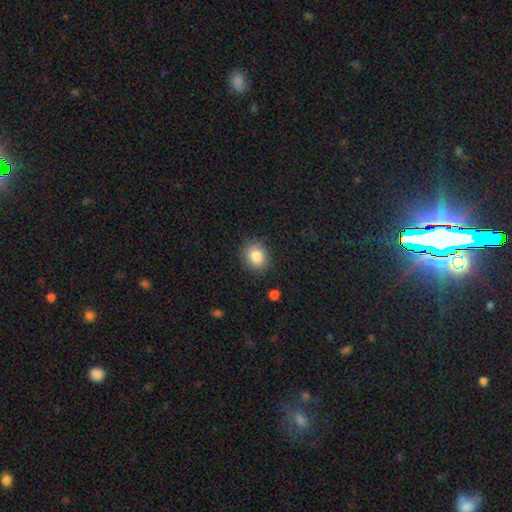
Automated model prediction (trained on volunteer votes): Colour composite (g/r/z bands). It shows a smooth galaxy with no disk features (84%) that is round (55%). Merging: none (85%).